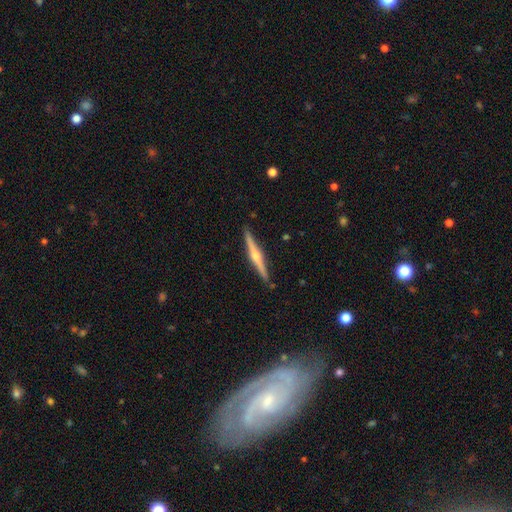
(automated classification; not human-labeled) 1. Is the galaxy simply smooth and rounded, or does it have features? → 76% featured or disk, 19% smooth, 5% star or artifact.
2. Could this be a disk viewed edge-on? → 98% yes, 2% no.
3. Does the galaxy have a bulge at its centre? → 91% rounded, 5% none, 4% boxy.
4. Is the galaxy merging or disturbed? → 90% none, 8% minor disturbance, 1% major disturbance, 1% merger.